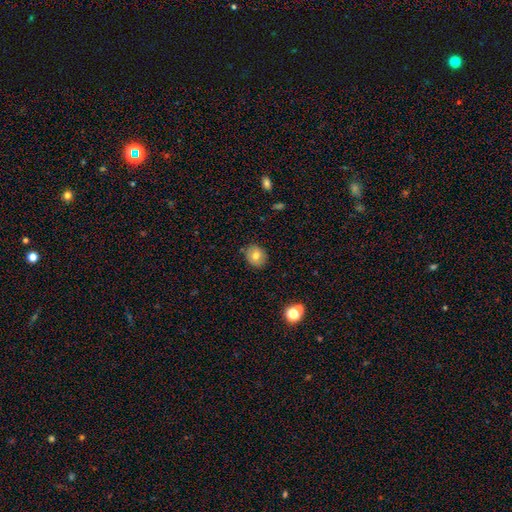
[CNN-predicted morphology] This is likely a smooth galaxy (73%). How rounded: likely round (66%). Merging: clearly none (86%).